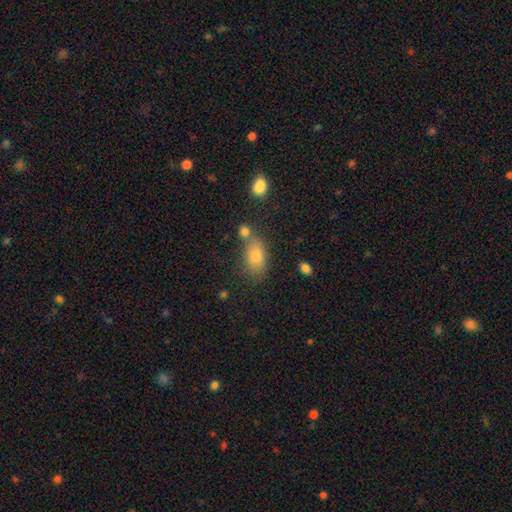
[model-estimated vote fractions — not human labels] This appears to be a smooth galaxy with no disk features (78%) that is in between round and cigar-shaped (87%). Merging: none (62%).